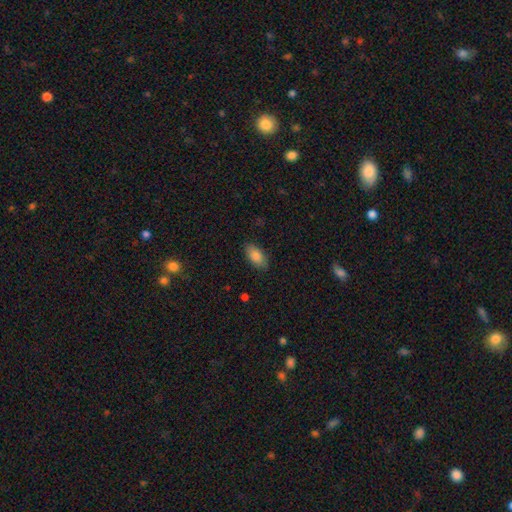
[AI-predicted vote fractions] smooth-or-featured: smooth: 84% | featured or disk: 9% | star or artifact: 7%
  how-rounded: in between: 92% | cigar-shaped: 5% | round: 3%
  merging: none: 85% | minor disturbance: 11% | major disturbance: 3% | merger: 1%